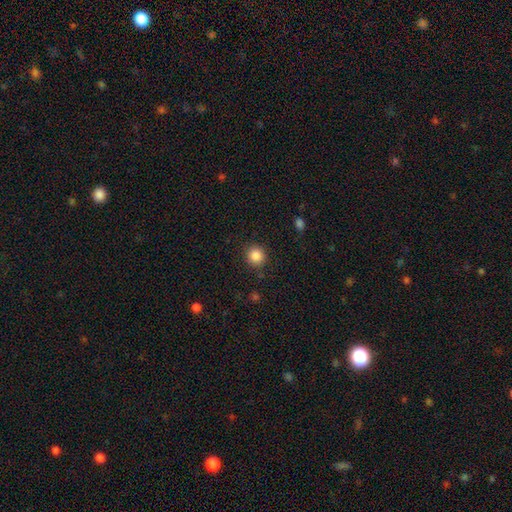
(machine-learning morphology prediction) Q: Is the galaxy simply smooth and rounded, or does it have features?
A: smooth — 86%.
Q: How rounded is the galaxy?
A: round — 92%.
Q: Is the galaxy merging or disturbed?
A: none — 89%.